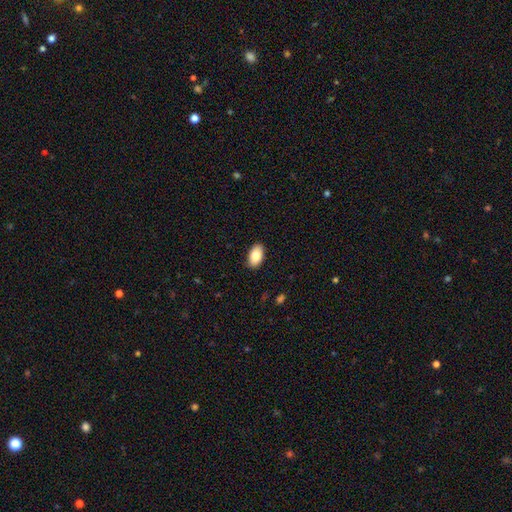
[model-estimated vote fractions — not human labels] smooth_or_featured: smooth (p=0.84) [alt: featured or disk p=0.10]
how_rounded: in between (p=0.94) [alt: round p=0.05]
merging: none (p=0.89) [alt: minor disturbance p=0.08]